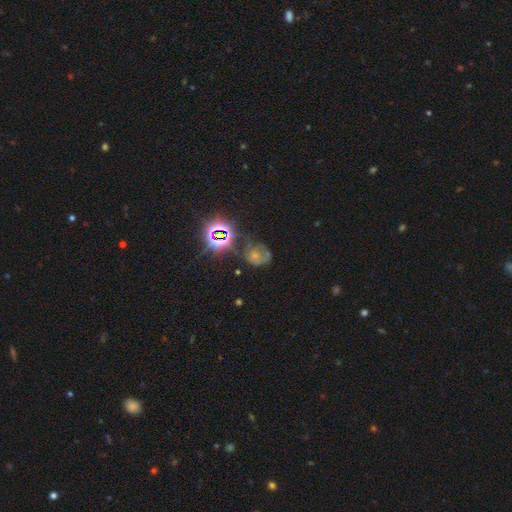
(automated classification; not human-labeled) This appears to be a smooth galaxy with no disk features (38%). Merging: none (39%).